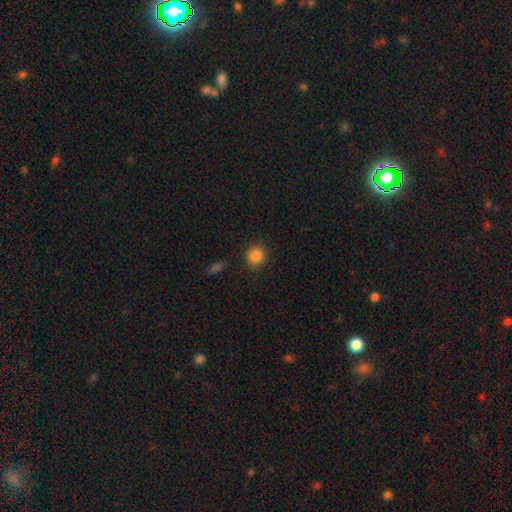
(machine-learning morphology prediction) A smooth galaxy with no disk features (86%) that is round (87%). Merging: none (88%).